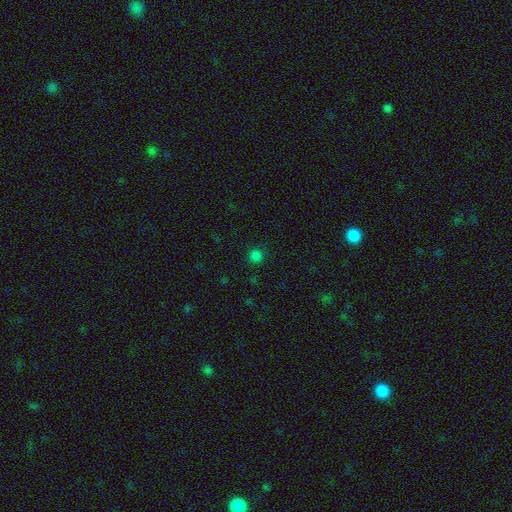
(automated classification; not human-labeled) Smooth or featured? Predicted: smooth (p=0.78). How rounded? Predicted: round (p=0.93). Merging? Predicted: none (p=0.89).